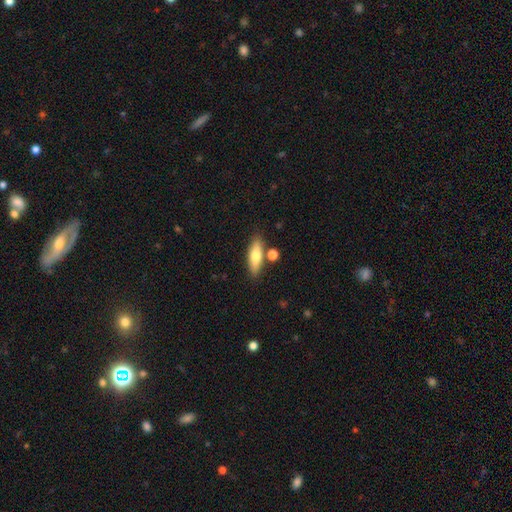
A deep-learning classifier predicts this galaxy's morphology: smooth-or-featured: smooth: 70% | featured or disk: 24% | star or artifact: 7%
  how-rounded: in between: 54% | cigar-shaped: 43% | round: 4%
  merging: none: 77% | minor disturbance: 11% | merger: 10% | major disturbance: 3%